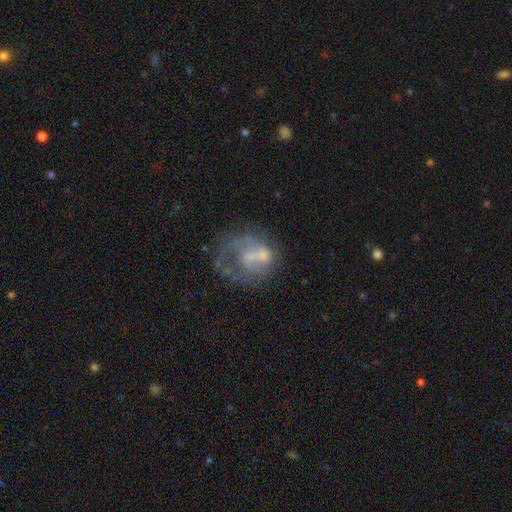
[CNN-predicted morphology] Smooth or featured: featured or disk — 58% (smooth — 31%)
Edge-on disk: no — 98% (yes — 2%)
Bar: no — 69% (weak — 25%)
Spiral arms: no — 63% (yes — 37%)
Bulge size: none — 45% (small — 25%)
Merging: none — 35% (tied with major disturbance — 35%)